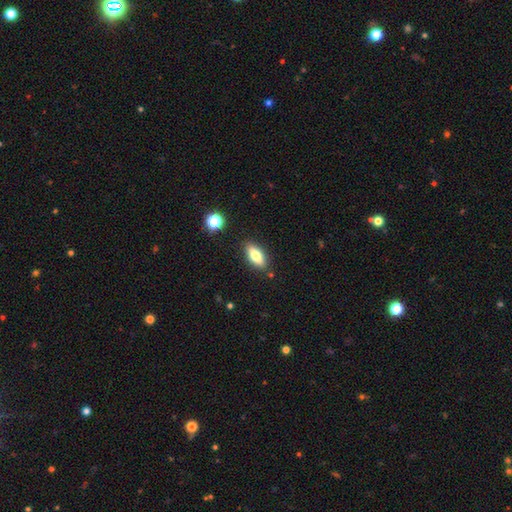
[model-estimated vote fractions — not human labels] This appears to be a smooth galaxy with no disk features (70%) that is in between round and cigar-shaped (76%). Merging: none (86%).